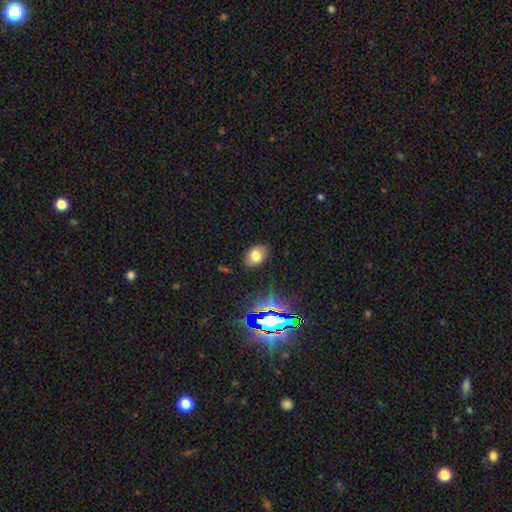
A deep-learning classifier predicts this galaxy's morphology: smooth_or_featured: smooth (p=0.74) [alt: star or artifact p=0.16]
how_rounded: in between (p=0.80) [alt: round p=0.19]
merging: none (p=0.85) [alt: minor disturbance p=0.11]